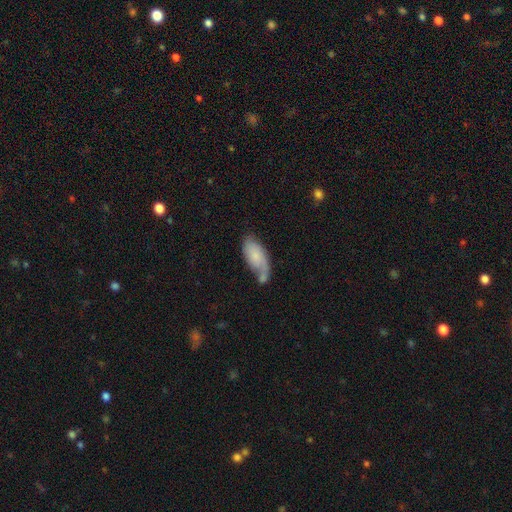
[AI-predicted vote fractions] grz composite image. It shows a smooth galaxy with no disk features (64%) that is in between round and cigar-shaped (90%). Merging: none (36%).